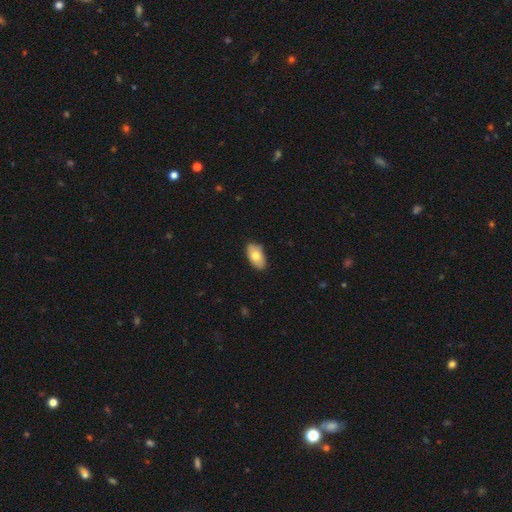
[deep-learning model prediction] Smooth or featured? Predicted: smooth (p=0.75). How rounded? Predicted: in between (p=0.94). Merging? Predicted: none (p=0.85).